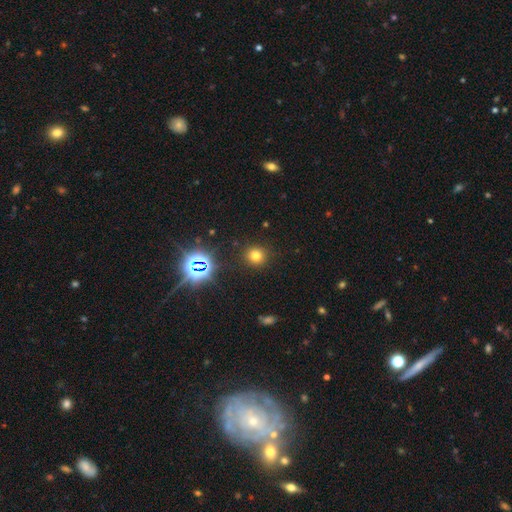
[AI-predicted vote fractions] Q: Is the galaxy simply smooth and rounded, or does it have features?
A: smooth — 71%.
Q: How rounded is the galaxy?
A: round — 90%.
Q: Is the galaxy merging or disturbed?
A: none — 89%.